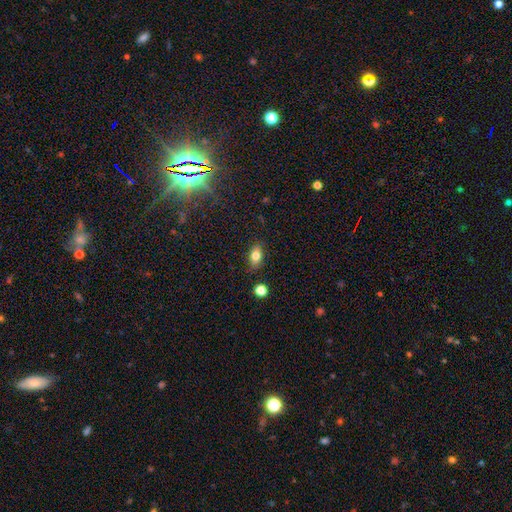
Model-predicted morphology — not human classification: Smooth or featured? Predicted: smooth (p=0.79). How rounded? Predicted: in between (p=0.83). Merging? Predicted: none (p=0.83).